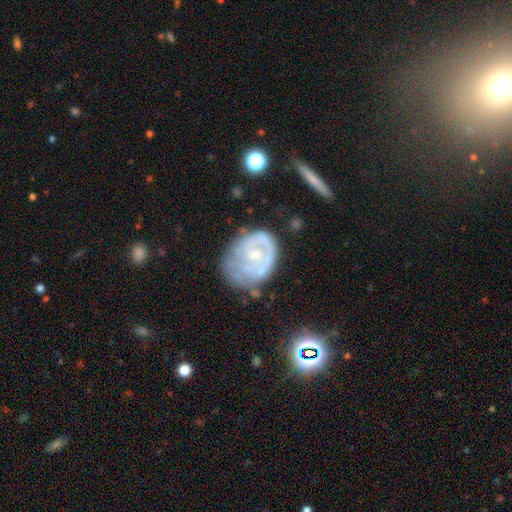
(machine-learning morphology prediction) type=featured or disk (72%); edge-on=no (97%); bar=no (69%); spiral arms=yes (78%); winding=tight (58%); arm count=can't tell (34%); bulge=small (57%); merging=none (47%).